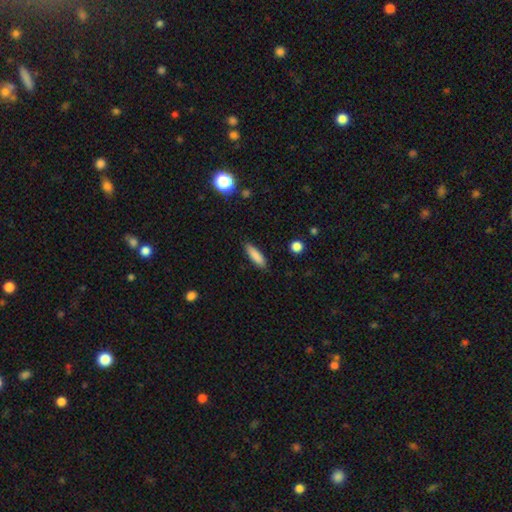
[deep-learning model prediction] A smooth galaxy with no disk features (86%) that is cigar-shaped (63%). Merging: none (88%).